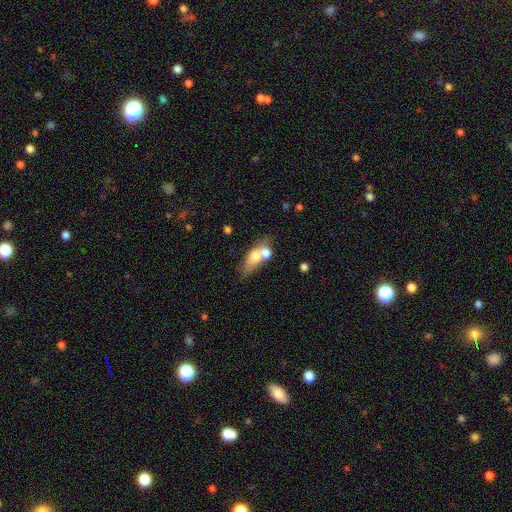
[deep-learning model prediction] Q: Smooth or featured?
A: smooth (64%); runner-up: featured or disk (28%)
Q: How rounded?
A: in between (69%); runner-up: cigar-shaped (19%)
Q: Merging?
A: merger (43%); runner-up: none (37%)